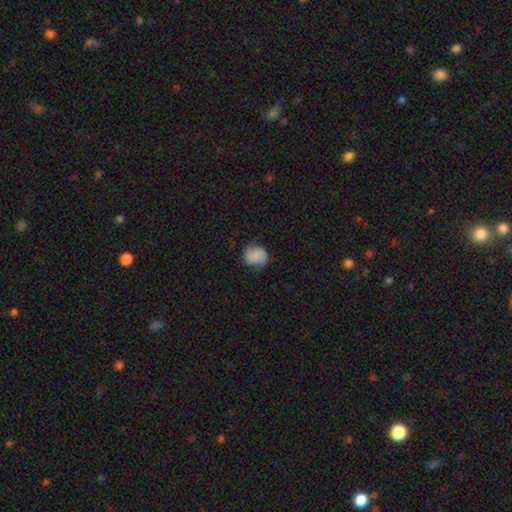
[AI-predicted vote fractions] This appears to be a smooth galaxy with no disk features (73%) that is round (72%). Merging: none (73%).